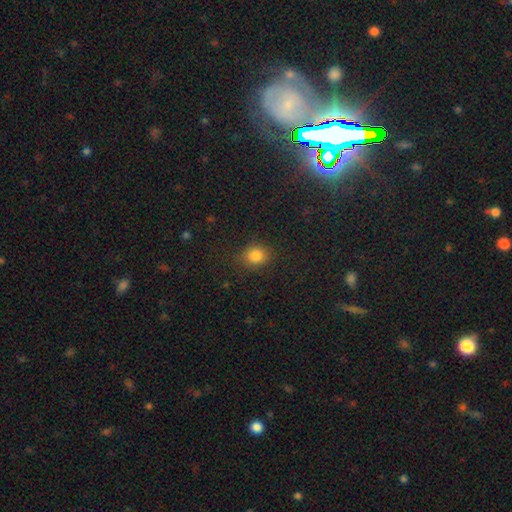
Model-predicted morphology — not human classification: This is clearly a smooth galaxy (83%). How rounded: likely round (72%). Merging: clearly none (84%).